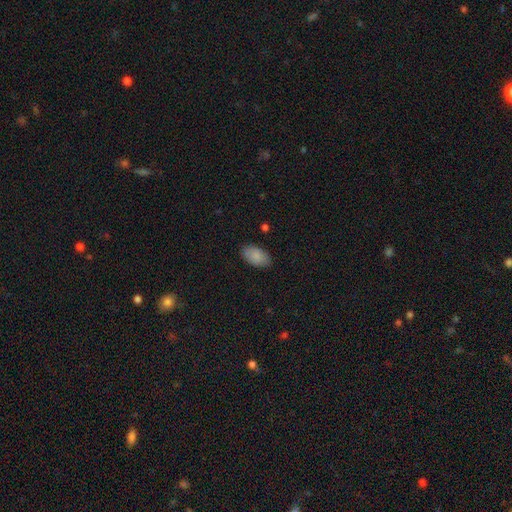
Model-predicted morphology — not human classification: The model was most divided on "merging": none: 86%, minor disturbance: 11%, major disturbance: 2%, merger: 1%. More confident: how rounded — in between (95%); smooth or featured — smooth (87%).